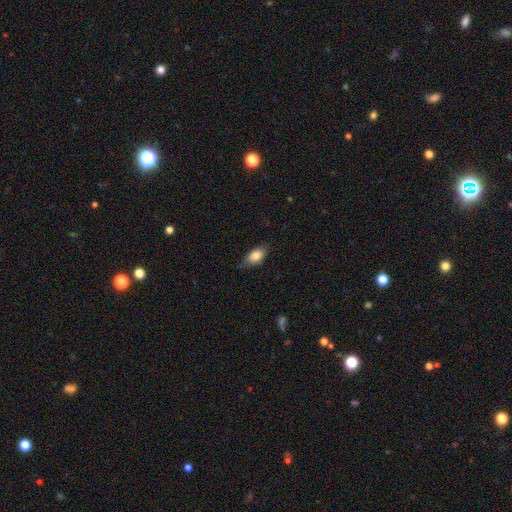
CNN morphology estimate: Smooth or featured? Predicted: smooth (p=0.79). How rounded? Predicted: in between (p=0.85). Merging? Predicted: none (p=0.65).